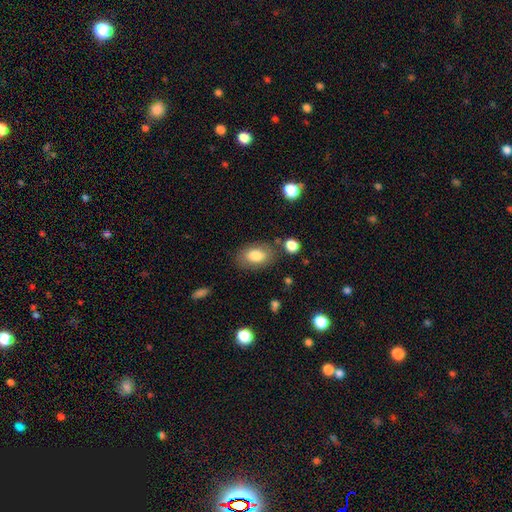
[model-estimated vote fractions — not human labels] Morphology: type=smooth (81%); roundness=in between (89%); merging=none (77%).